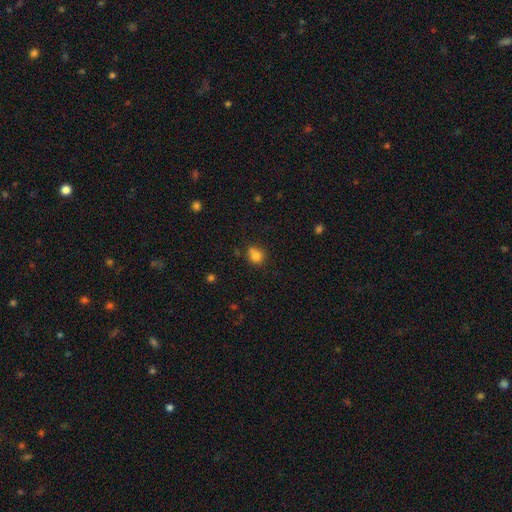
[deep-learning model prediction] A smooth galaxy with no disk features (79%) that is round (75%).

Vote fractions:
- Smooth or featured? smooth: 79% / star or artifact: 12% / featured or disk: 9%
- How rounded? round: 75% / in between: 24% / cigar-shaped: 1%
- Merging? none: 52% / merger: 23% / minor disturbance: 19% / major disturbance: 6%